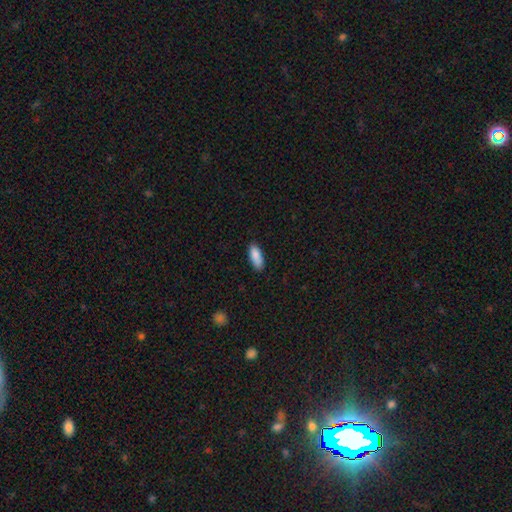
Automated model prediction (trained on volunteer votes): Overall: smooth (88%). How rounded: in between (80%). Merging: none (82%).